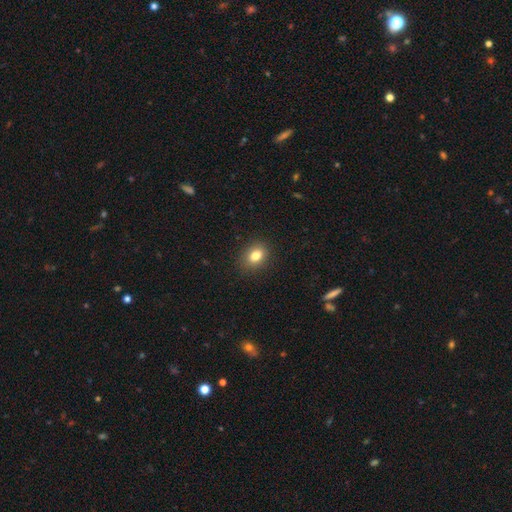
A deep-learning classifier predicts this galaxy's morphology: Q: Smooth or featured?
A: smooth (82%); runner-up: star or artifact (10%)
Q: How rounded?
A: in between (66%); runner-up: round (33%)
Q: Merging?
A: none (87%); runner-up: minor disturbance (9%)